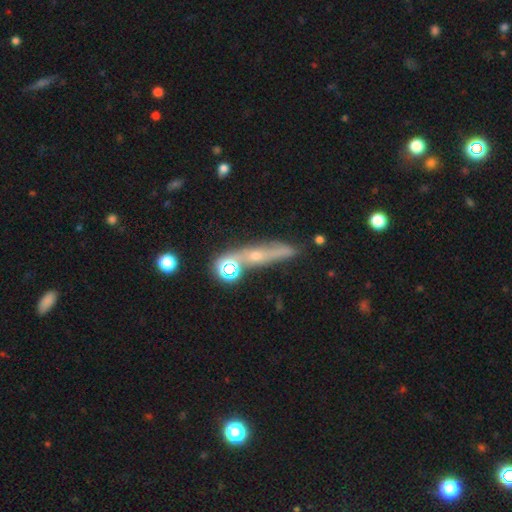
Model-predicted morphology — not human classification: Smooth or featured?
  - featured or disk: 50% *
  - smooth: 35%
  - star or artifact: 15%
Merging?
  - none: 61% *
  - minor disturbance: 16%
  - merger: 16%
  - major disturbance: 7%